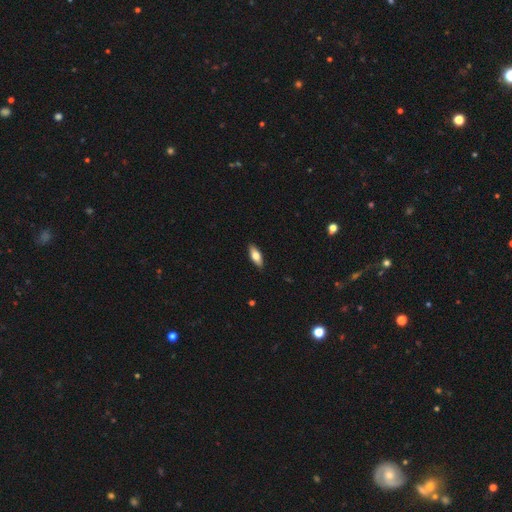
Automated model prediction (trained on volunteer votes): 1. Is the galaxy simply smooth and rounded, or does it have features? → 66% smooth, 28% featured or disk, 6% star or artifact.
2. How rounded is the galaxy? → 71% in between, 27% cigar-shaped, 3% round.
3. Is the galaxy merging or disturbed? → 89% none, 8% minor disturbance, 2% major disturbance, 1% merger.